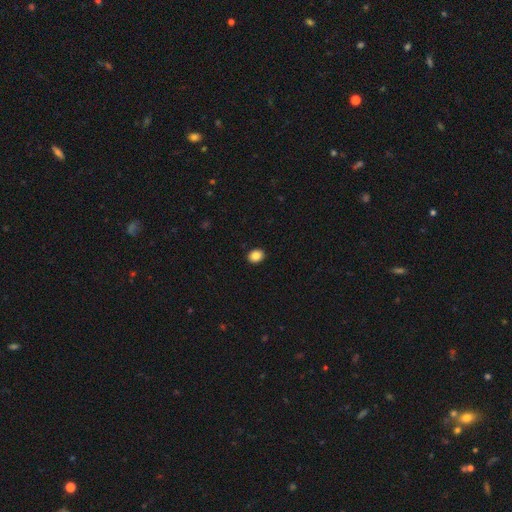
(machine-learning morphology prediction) Smooth or featured: smooth — 86% (star or artifact — 9%)
How rounded: round — 51% (in between — 48%)
Merging: none — 92% (minor disturbance — 6%)